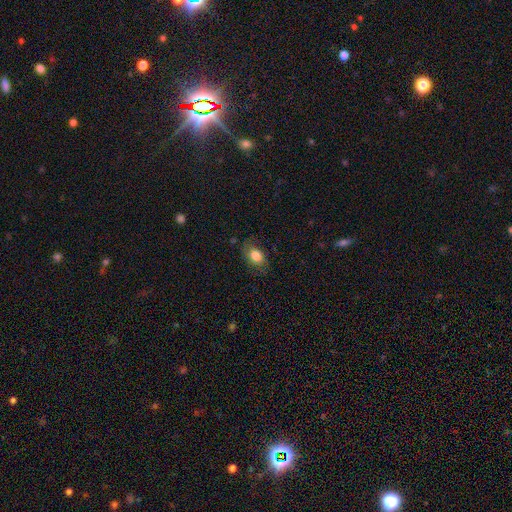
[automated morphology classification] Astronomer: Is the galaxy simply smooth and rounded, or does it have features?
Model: smooth — 80%.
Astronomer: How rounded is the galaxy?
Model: in between — 76%.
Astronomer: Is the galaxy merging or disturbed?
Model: none — 75%.